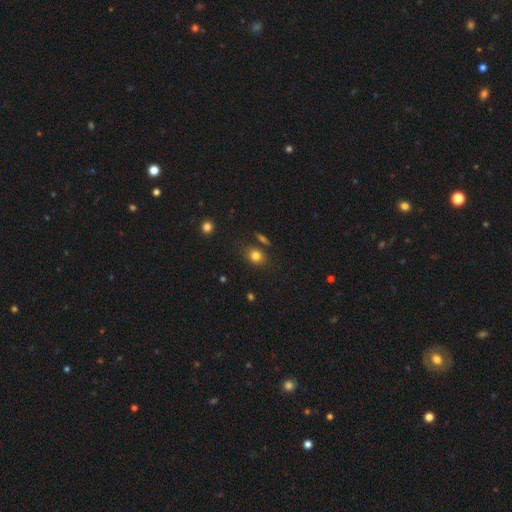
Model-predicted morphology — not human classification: smooth-or-featured: smooth: 81% | star or artifact: 12% | featured or disk: 8%
  how-rounded: in between: 53% | round: 46% | cigar-shaped: 2%
  merging: none: 78% | minor disturbance: 12% | merger: 6% | major disturbance: 4%